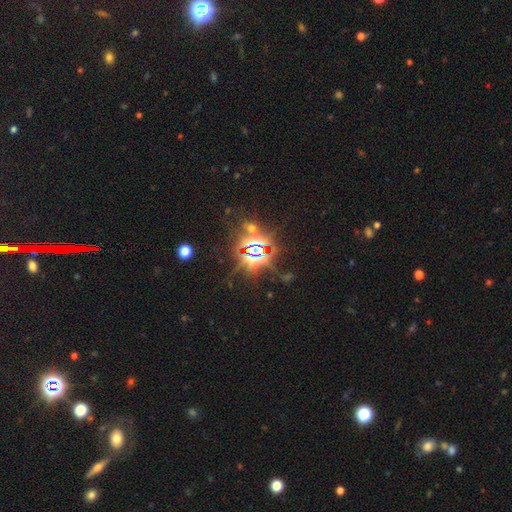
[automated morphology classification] Smooth or featured?
  - star or artifact: 84% *
  - featured or disk: 9%
  - smooth: 8%